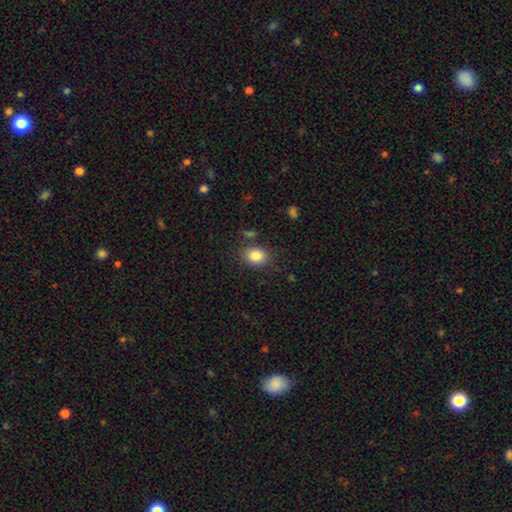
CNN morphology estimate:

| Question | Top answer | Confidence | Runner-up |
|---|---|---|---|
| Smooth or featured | smooth | 83% | star or artifact (10%) |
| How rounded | in between | 53% | round (46%) |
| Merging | none | 81% | minor disturbance (11%) |